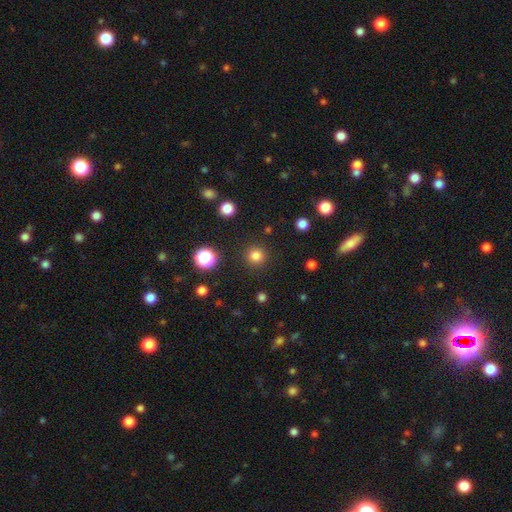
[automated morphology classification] Overall: smooth (81%). How rounded: round (95%). Merging: none (90%).